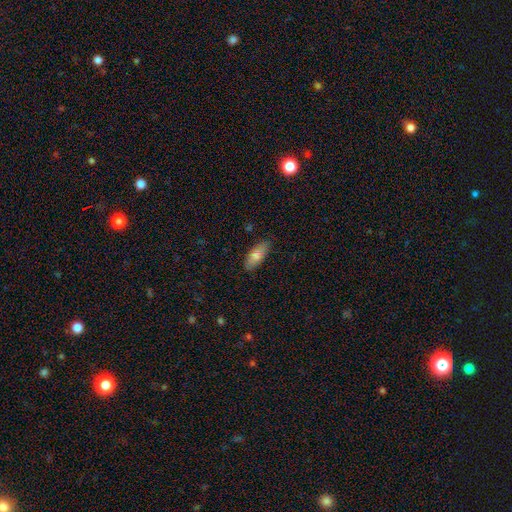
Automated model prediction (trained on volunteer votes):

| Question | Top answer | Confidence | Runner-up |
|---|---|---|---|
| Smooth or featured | smooth | 77% | featured or disk (16%) |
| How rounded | in between | 78% | cigar-shaped (20%) |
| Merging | none | 85% | minor disturbance (12%) |